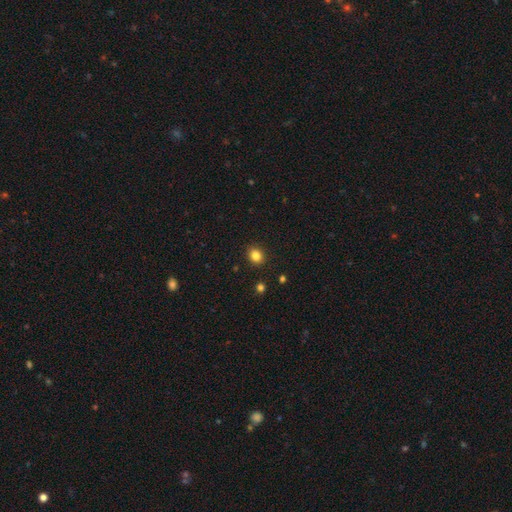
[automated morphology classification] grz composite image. It shows a smooth galaxy with no disk features (83%) that is round (64%). Merging: none (90%).